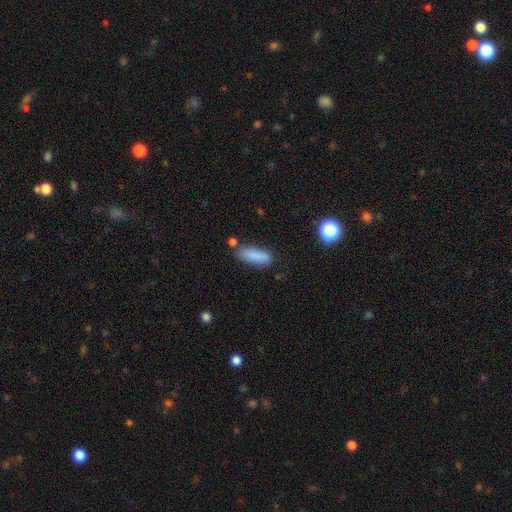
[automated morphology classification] smooth 85%, star or artifact 8%, featured or disk 7%. Down the decision tree: how rounded — in between (58%); merging — none (71%).